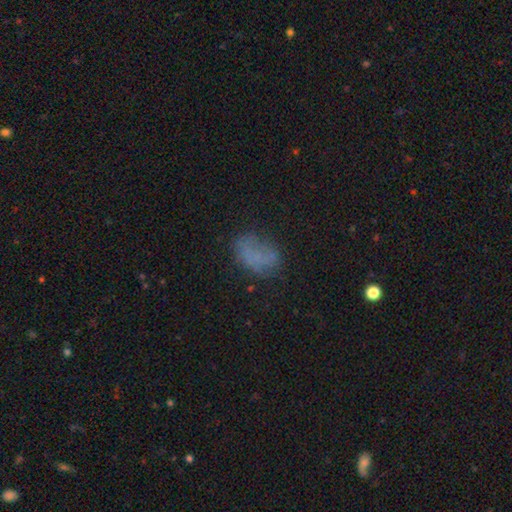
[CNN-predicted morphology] smooth-or-featured: smooth: 62% | featured or disk: 21% | star or artifact: 17%
  how-rounded: in between: 85% | round: 12% | cigar-shaped: 2%
  merging: none: 53% | minor disturbance: 25% | major disturbance: 18% | merger: 4%